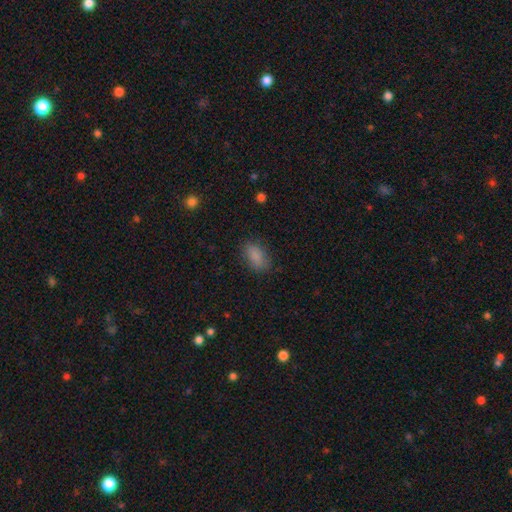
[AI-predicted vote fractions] The model was most divided on "merging": none: 77%, minor disturbance: 17%, major disturbance: 5%, merger: 1%. More confident: how rounded — in between (89%); smooth or featured — smooth (85%).